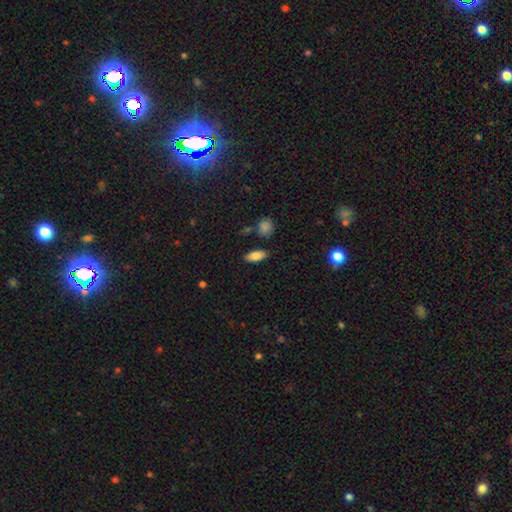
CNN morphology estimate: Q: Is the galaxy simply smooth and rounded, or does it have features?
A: smooth — 81%.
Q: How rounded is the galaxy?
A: in between — 85%.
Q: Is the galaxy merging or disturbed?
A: none — 84%.